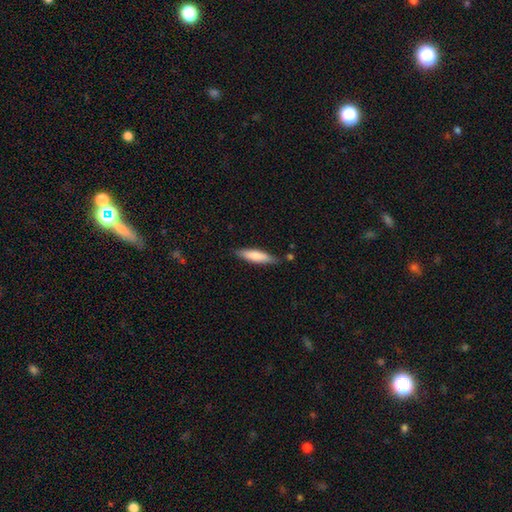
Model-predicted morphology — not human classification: A smooth galaxy with no disk features (77%) that is cigar-shaped (72%). Merging: none (81%).